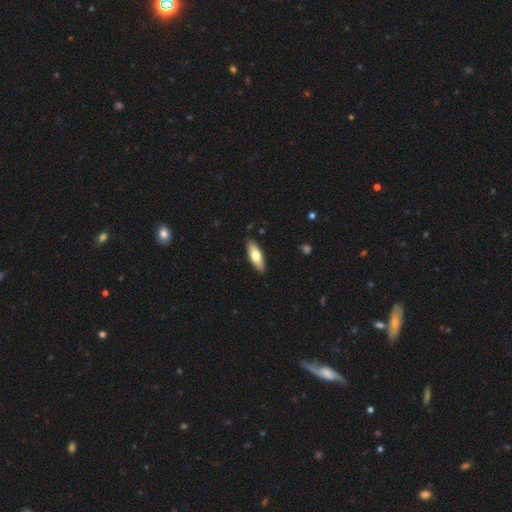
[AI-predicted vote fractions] smooth-or-featured: smooth: 66% | featured or disk: 28% | star or artifact: 5%
  how-rounded: in between: 61% | cigar-shaped: 36% | round: 2%
  merging: none: 88% | minor disturbance: 9% | major disturbance: 2% | merger: 1%